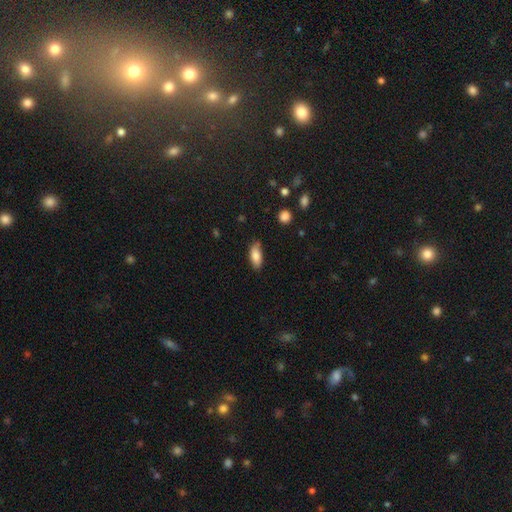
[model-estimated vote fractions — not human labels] Overall: smooth (82%). How rounded: in between (84%). Merging: none (74%).